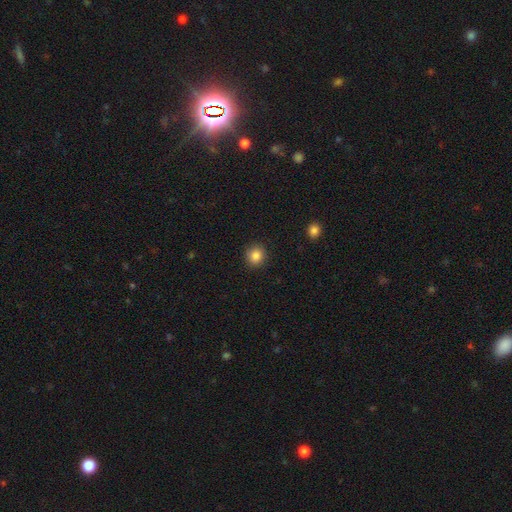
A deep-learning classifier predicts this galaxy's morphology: Smooth or featured? smooth (85%)
How rounded? round (88%)
Merging? none (91%)